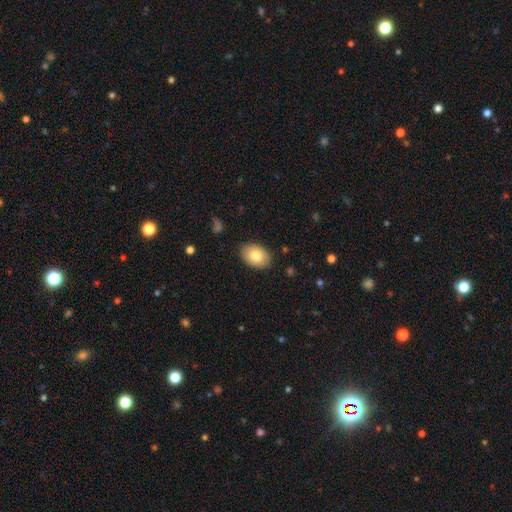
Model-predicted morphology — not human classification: Smooth or featured: smooth — 80% (featured or disk — 13%)
How rounded: in between — 85% (round — 14%)
Merging: none — 88% (minor disturbance — 9%)